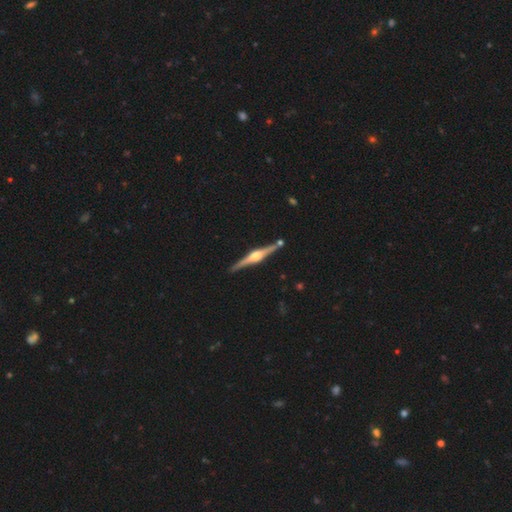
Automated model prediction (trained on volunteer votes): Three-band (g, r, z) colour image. It shows a featured or disk galaxy (84%) viewed edge-on (98%) with a rounded central bulge (91%). Merging: none (86%).